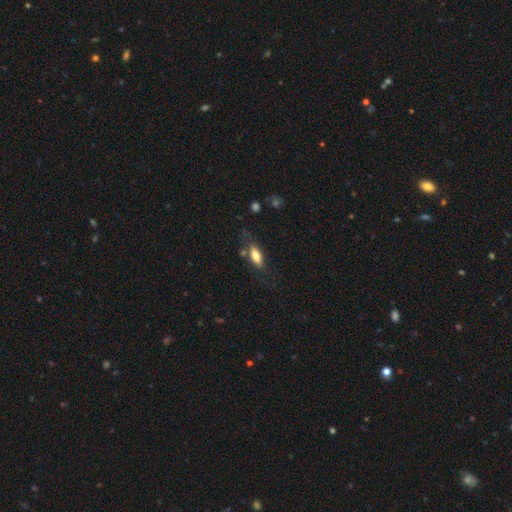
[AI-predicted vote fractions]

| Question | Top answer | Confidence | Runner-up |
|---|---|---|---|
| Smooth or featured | smooth | 76% | featured or disk (17%) |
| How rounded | in between | 77% | cigar-shaped (20%) |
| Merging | none | 64% | minor disturbance (21%) |